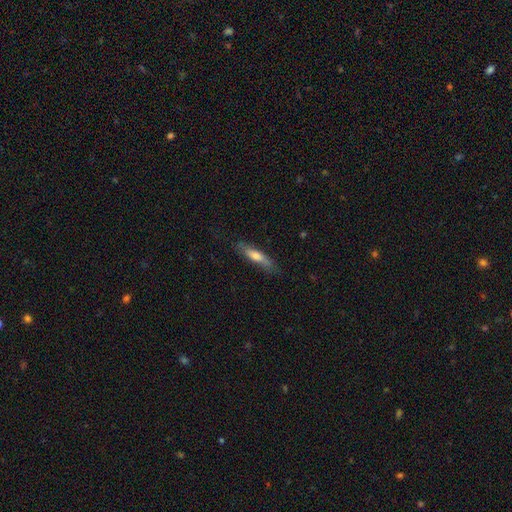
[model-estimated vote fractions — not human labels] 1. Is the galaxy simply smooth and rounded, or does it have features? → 56% smooth, 38% featured or disk, 7% star or artifact.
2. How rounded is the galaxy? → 81% cigar-shaped, 17% in between, 2% round.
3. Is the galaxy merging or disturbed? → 76% none, 18% minor disturbance, 4% major disturbance, 1% merger.